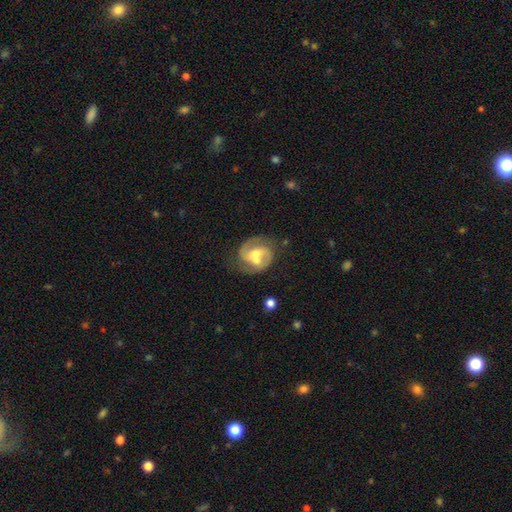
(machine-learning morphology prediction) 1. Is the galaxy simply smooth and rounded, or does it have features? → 79% featured or disk, 15% smooth, 6% star or artifact.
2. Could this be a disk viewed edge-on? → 98% no, 2% yes.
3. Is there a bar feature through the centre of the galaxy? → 45% weak, 34% no, 21% strong.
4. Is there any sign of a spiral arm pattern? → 91% yes, 9% no.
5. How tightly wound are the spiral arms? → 53% medium, 26% tight, 20% loose.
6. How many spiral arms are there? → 84% 2, 6% can't tell, 5% 1, 3% 3, 1% 4, 1% more than 4.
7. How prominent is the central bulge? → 57% moderate, 33% small, 5% large, 3% none, 1% dominant.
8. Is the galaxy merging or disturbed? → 51% none, 24% merger, 17% minor disturbance, 9% major disturbance.